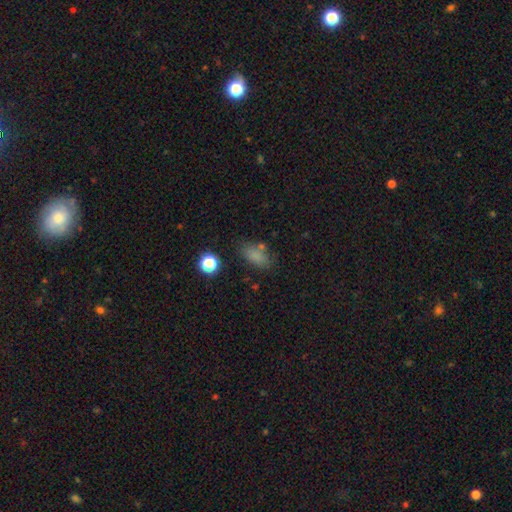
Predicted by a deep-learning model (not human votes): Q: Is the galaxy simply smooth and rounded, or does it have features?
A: smooth — 78%.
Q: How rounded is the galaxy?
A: in between — 82%.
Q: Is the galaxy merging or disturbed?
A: none — 71%.